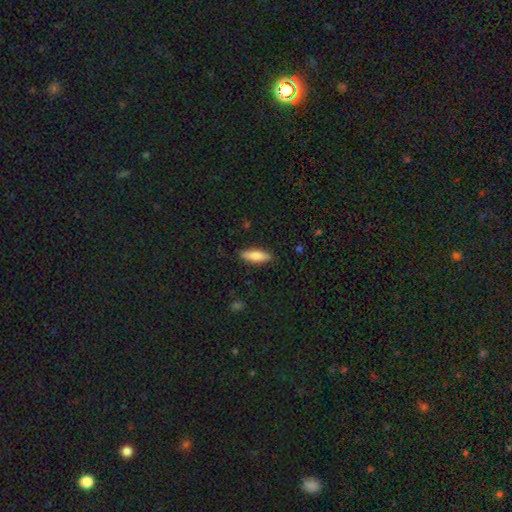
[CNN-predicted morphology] Smooth or featured? smooth (76%)
How rounded? in between (53%)
Merging? none (87%)